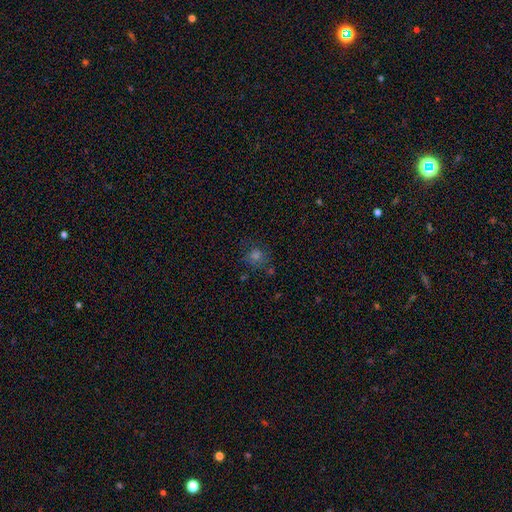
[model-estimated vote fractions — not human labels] Smooth or featured: smooth — 54% (star or artifact — 33%)
How rounded: round — 86% (in between — 13%)
Merging: none — 76% (minor disturbance — 14%)